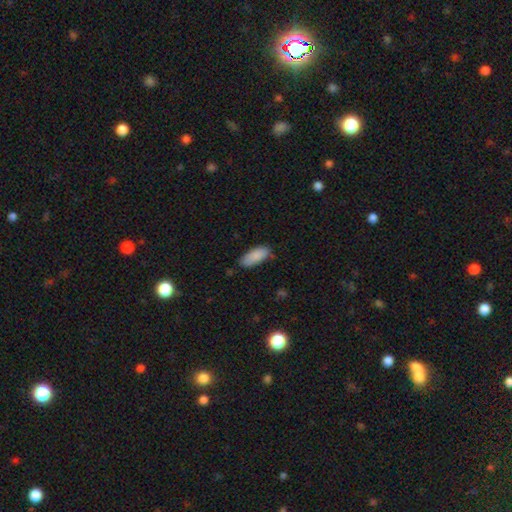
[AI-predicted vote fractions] This appears to be a smooth galaxy with no disk features (87%) that is in between round and cigar-shaped (83%). Merging: none (73%).